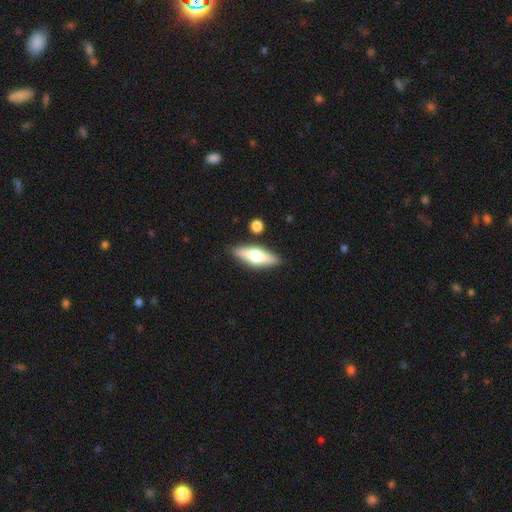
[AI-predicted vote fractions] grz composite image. It shows a featured or disk galaxy (49%). Merging: none (86%).